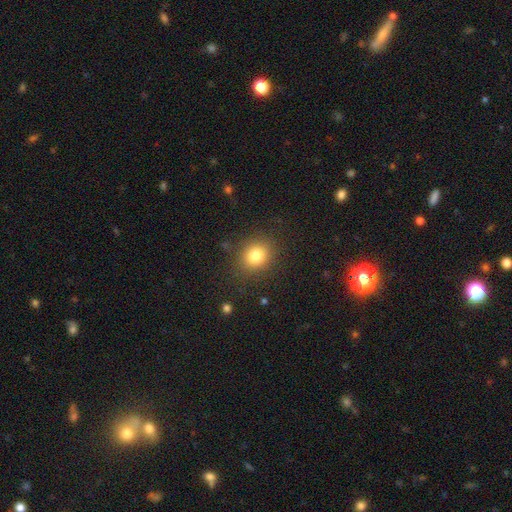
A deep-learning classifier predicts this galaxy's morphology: smooth-or-featured: smooth: 81% | star or artifact: 12% | featured or disk: 8%
  how-rounded: round: 76% | in between: 23% | cigar-shaped: 1%
  merging: none: 86% | minor disturbance: 9% | major disturbance: 4% | merger: 1%